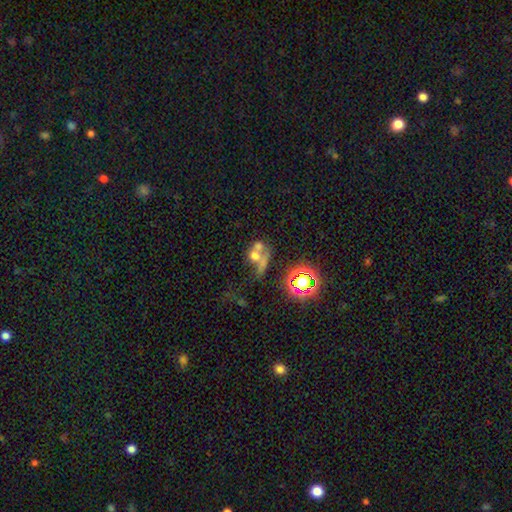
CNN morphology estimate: Smooth or featured? smooth (47%)
Merging? merger (54%)